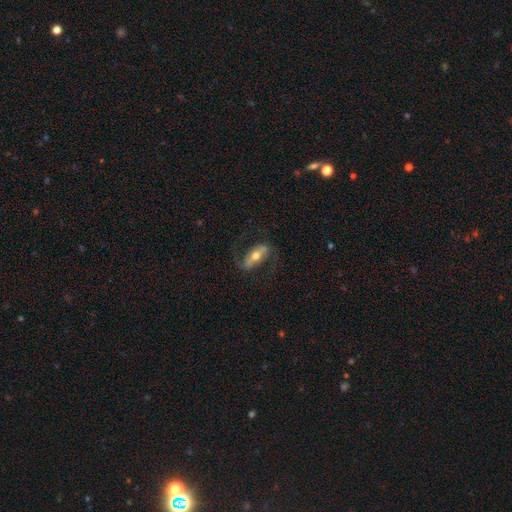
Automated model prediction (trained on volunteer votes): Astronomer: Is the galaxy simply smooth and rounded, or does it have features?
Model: featured or disk — 72%.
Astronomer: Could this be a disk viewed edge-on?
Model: no — 90%.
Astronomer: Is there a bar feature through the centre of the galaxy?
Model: strong — 51% (runner-up: weak, 27%).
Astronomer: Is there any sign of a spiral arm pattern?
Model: yes — 87%.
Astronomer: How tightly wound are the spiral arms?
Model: loose — 50% (runner-up: medium, 38%).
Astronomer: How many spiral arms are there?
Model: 2 — 89%.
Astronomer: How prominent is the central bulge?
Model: moderate — 70%.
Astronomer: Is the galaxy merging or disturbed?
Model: none — 72%.